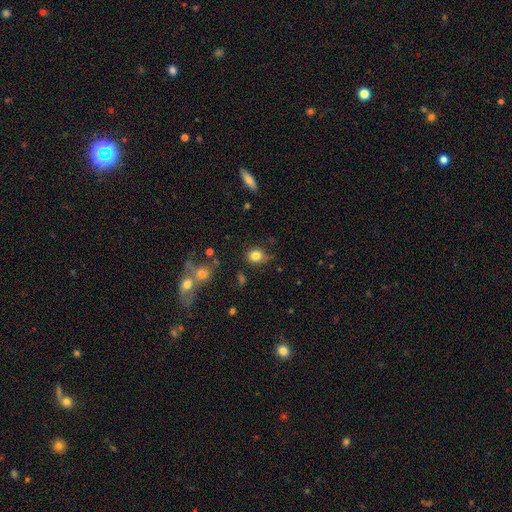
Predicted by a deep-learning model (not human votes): This is clearly a smooth galaxy (82%). How rounded: likely round (70%). Merging: likely none (69%).